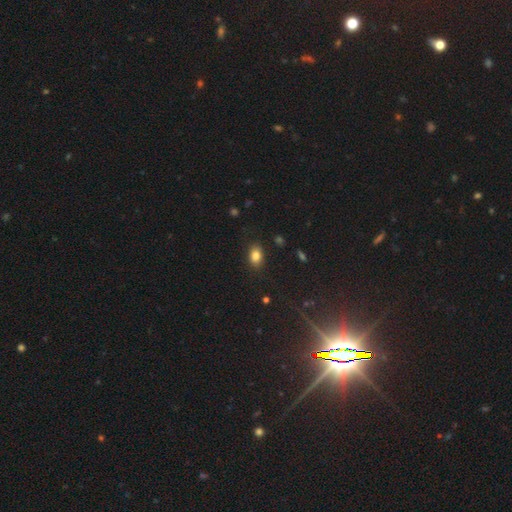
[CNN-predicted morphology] A smooth galaxy with no disk features (83%) that is in between round and cigar-shaped (79%).

Vote fractions:
- Smooth or featured? smooth: 83% / star or artifact: 10% / featured or disk: 6%
- How rounded? in between: 79% / round: 20% / cigar-shaped: 1%
- Merging? none: 85% / minor disturbance: 11% / major disturbance: 3% / merger: 1%